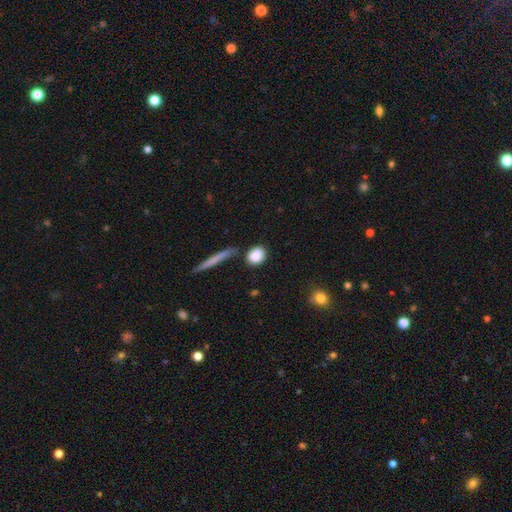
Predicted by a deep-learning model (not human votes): This appears to be a smooth galaxy with no disk features (84%) that is round (62%). Merging: none (74%).